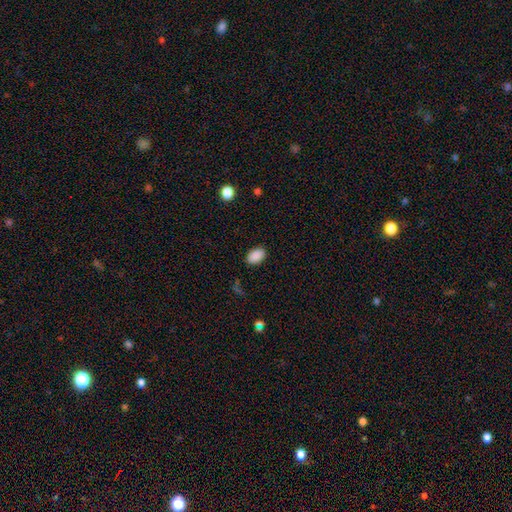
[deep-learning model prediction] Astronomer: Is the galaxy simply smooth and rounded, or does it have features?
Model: smooth — 89%.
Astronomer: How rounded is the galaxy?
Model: in between — 89%.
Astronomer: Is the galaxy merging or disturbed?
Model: none — 87%.